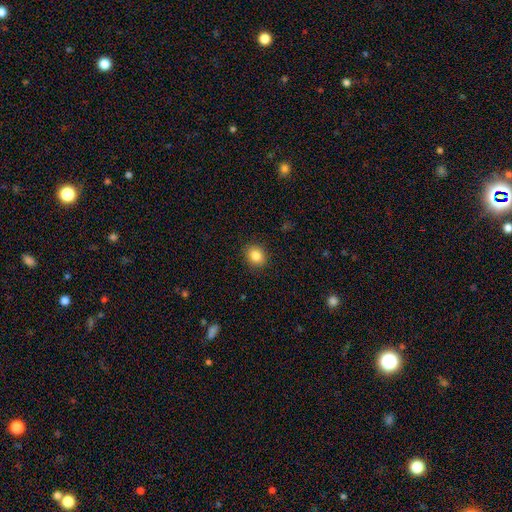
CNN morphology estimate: This appears to be a smooth galaxy with no disk features (85%) that is round (68%). Merging: none (90%).